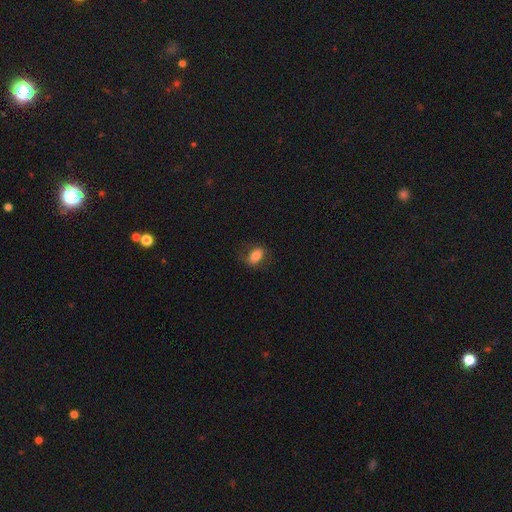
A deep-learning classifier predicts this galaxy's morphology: Smooth or featured?
  - smooth: 78% *
  - featured or disk: 13%
  - star or artifact: 9%
How rounded?
  - in between: 83% *
  - round: 15%
  - cigar-shaped: 3%
Merging?
  - none: 73% *
  - minor disturbance: 18%
  - major disturbance: 8%
  - merger: 1%